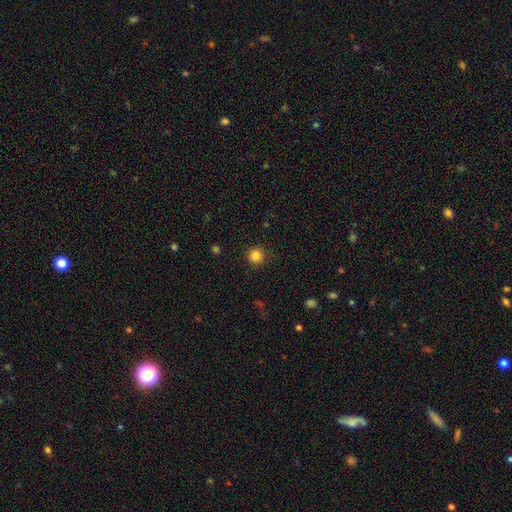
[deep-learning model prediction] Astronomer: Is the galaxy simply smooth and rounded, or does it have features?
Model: smooth — 84%.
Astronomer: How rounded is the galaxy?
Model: round — 94%.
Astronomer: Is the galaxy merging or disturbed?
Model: none — 90%.